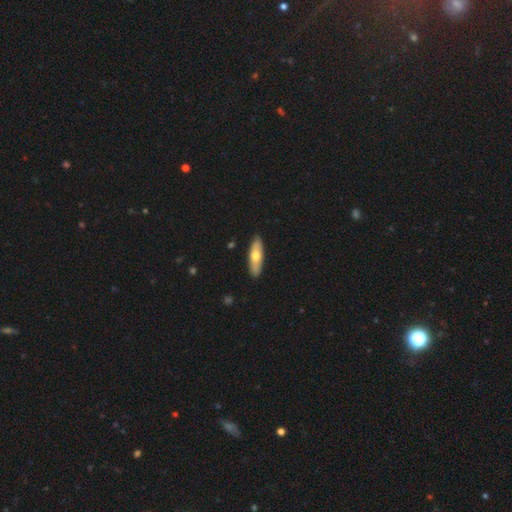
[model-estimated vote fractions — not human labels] smooth 61%, featured or disk 34%, star or artifact 5%. Down the decision tree: how rounded — in between (56%); merging — none (90%).